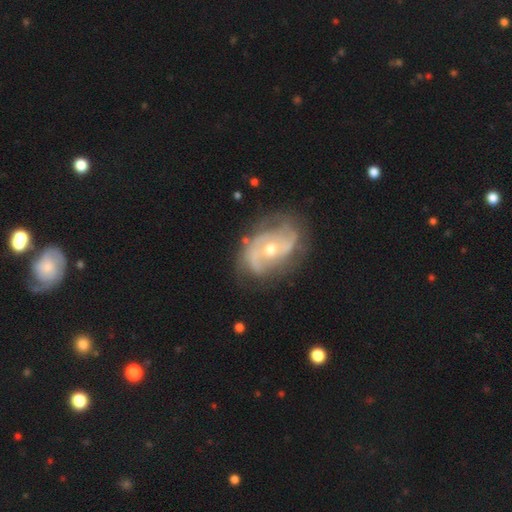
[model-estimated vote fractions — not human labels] Q: Smooth or featured?
A: featured or disk (84%); runner-up: smooth (11%)
Q: Edge-on disk?
A: no (96%); runner-up: yes (4%)
Q: Bar?
A: no (61%); runner-up: weak (29%)
Q: Spiral arms?
A: yes (89%); runner-up: no (11%)
Q: Spiral winding?
A: medium (43%); runner-up: tight (34%)
Q: Spiral arm count?
A: 2 (66%); runner-up: can't tell (16%)
Q: Bulge size?
A: moderate (69%); runner-up: small (25%)
Q: Merging?
A: none (65%); runner-up: minor disturbance (22%)